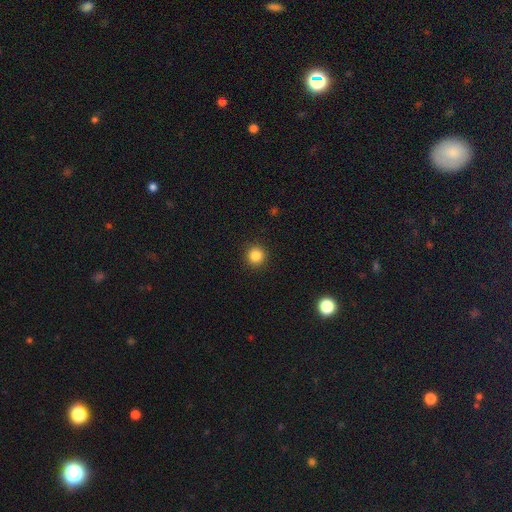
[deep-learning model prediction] smooth_or_featured: smooth (p=0.85) [alt: star or artifact p=0.11]
how_rounded: round (p=0.95) [alt: in between p=0.04]
merging: none (p=0.92) [alt: minor disturbance p=0.05]